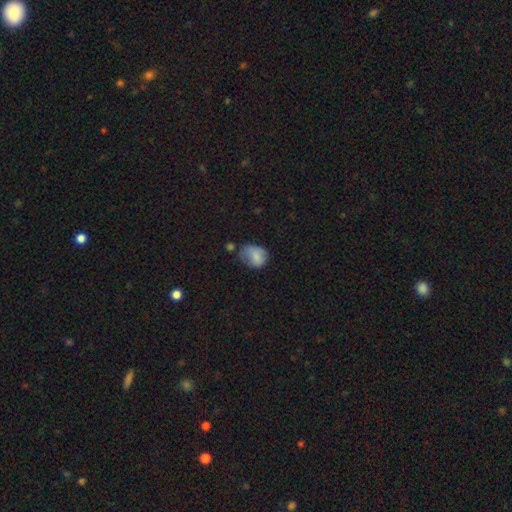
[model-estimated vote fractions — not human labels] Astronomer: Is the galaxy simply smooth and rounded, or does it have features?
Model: smooth — 79%.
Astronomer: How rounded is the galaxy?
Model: in between — 53% (runner-up: round, 46%).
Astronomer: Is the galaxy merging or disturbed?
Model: none — 40% (runner-up: minor disturbance, 37%).